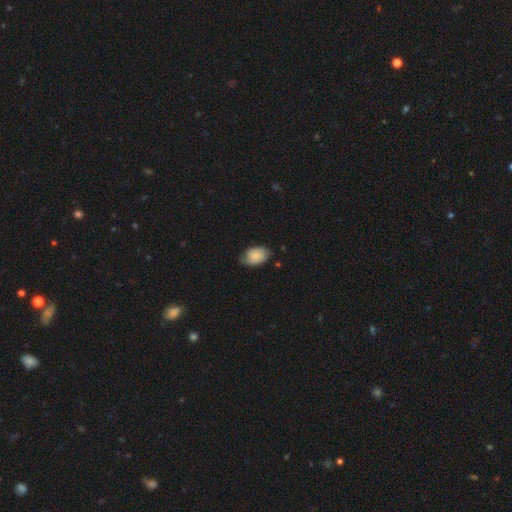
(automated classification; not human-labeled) smooth 75%, featured or disk 18%, star or artifact 7%. Down the decision tree: how rounded — in between (88%); merging — none (62%).